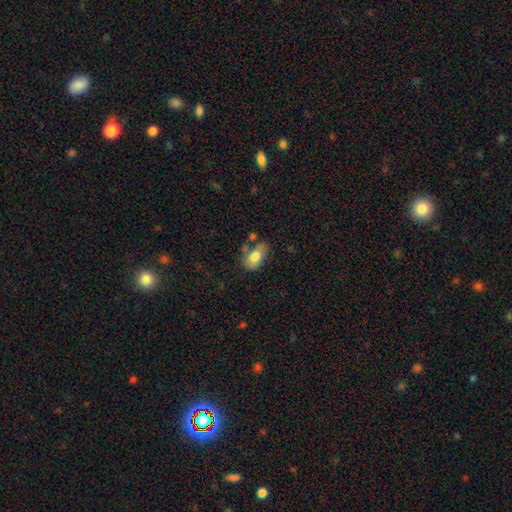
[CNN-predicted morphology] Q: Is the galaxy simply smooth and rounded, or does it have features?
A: smooth — 75%.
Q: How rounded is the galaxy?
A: in between — 90%.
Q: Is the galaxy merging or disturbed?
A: none — 45%.